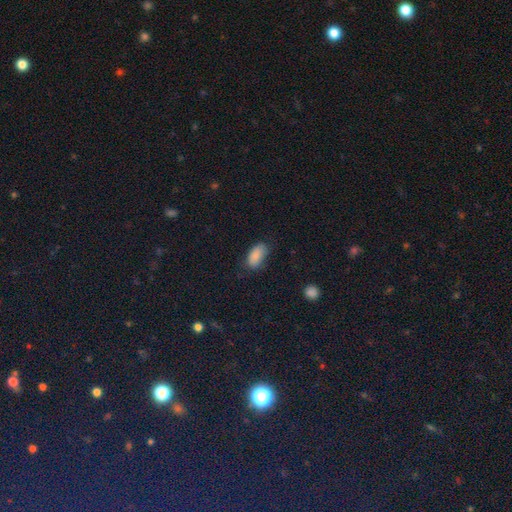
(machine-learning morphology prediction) smooth 87%, star or artifact 8%, featured or disk 5%. Down the decision tree: how rounded — in between (92%); merging — none (69%).